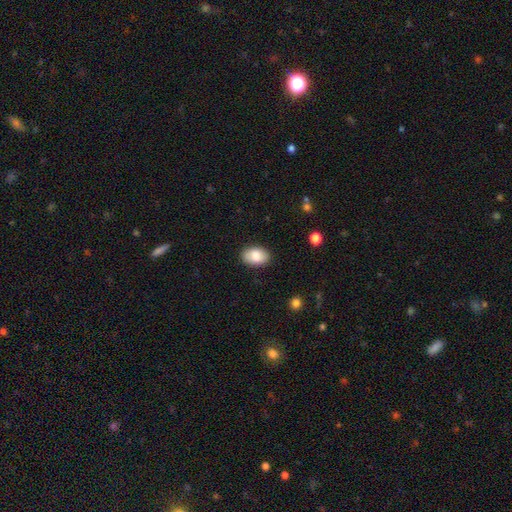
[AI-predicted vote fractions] Smooth or featured: smooth — 84% (featured or disk — 9%)
How rounded: in between — 88% (round — 11%)
Merging: none — 86% (minor disturbance — 10%)